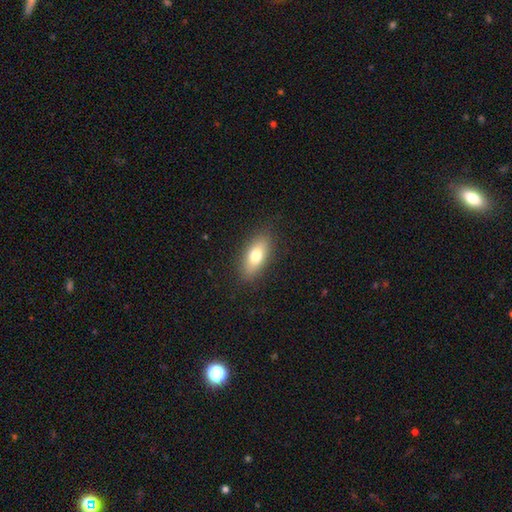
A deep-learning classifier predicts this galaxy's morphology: type=smooth (73%); roundness=in between (80%); merging=none (86%).